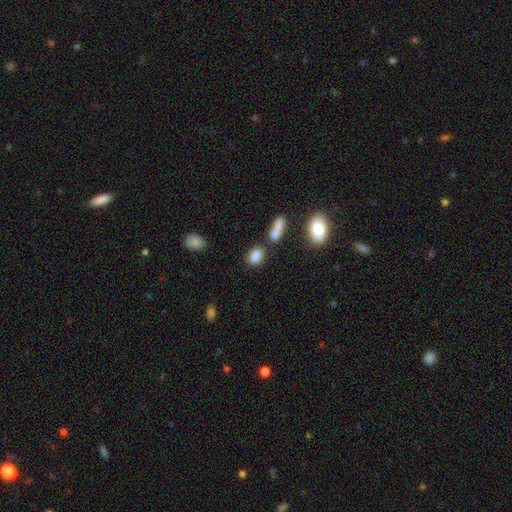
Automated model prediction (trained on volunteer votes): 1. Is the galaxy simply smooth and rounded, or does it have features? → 85% smooth, 10% star or artifact, 6% featured or disk.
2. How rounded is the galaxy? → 72% in between, 25% round, 4% cigar-shaped.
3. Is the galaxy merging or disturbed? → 63% none, 19% merger, 13% minor disturbance, 5% major disturbance.